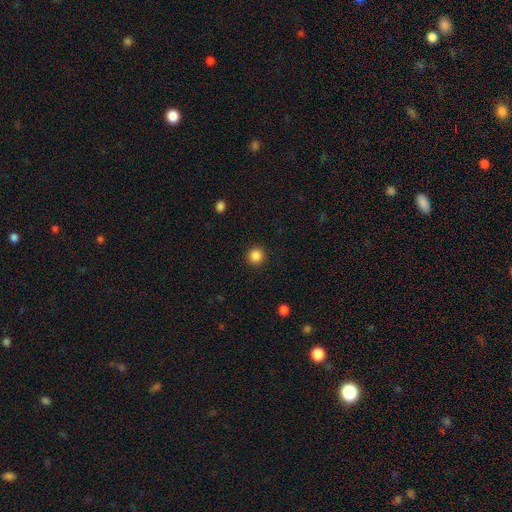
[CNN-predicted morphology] This appears to be a smooth galaxy with no disk features (86%) that is round (95%). Merging: none (92%).